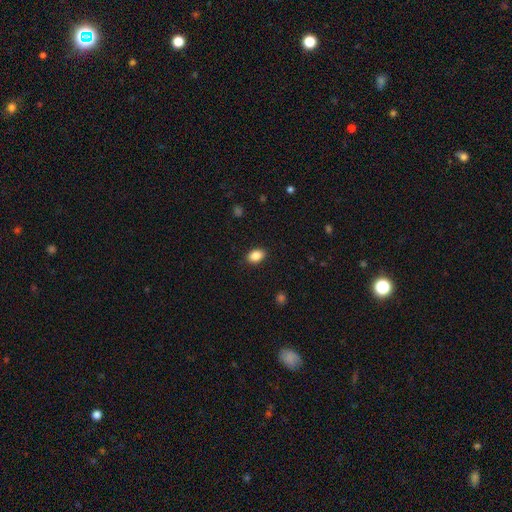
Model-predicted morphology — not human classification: smooth_or_featured: smooth (p=0.87) [alt: star or artifact p=0.08]
how_rounded: in between (p=0.85) [alt: round p=0.14]
merging: none (p=0.89) [alt: minor disturbance p=0.08]